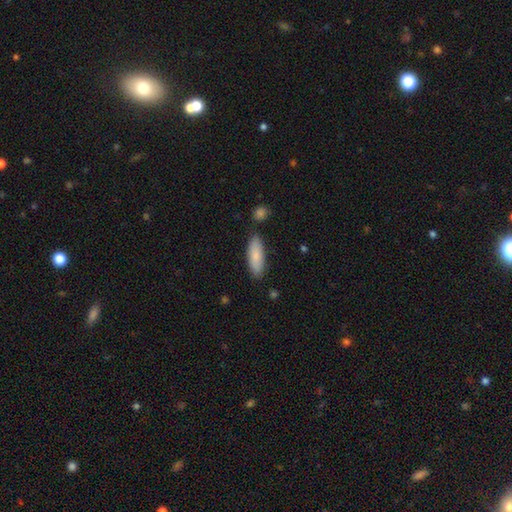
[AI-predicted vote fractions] This is clearly a smooth galaxy (84%). How rounded: possibly in between (59%). Merging: clearly none (81%).